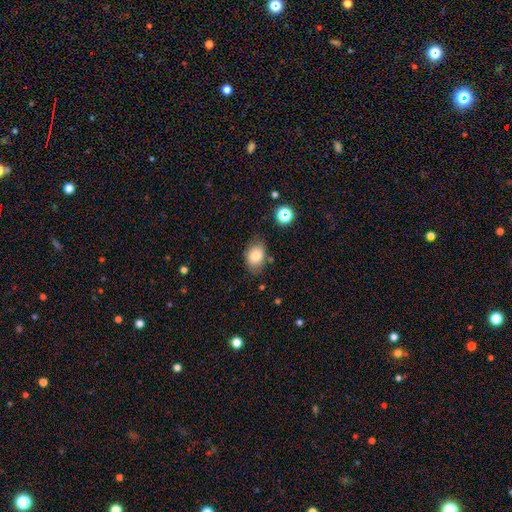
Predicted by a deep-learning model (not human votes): Overall: smooth (79%). How rounded: in between (75%). Merging: none (73%).